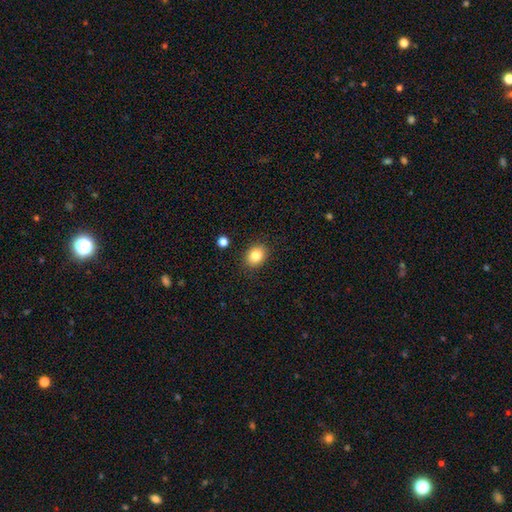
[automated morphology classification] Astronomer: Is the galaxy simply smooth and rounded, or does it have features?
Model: smooth — 84%.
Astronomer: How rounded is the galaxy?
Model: in between — 55% (runner-up: round, 44%).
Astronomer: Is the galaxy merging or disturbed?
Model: none — 88%.